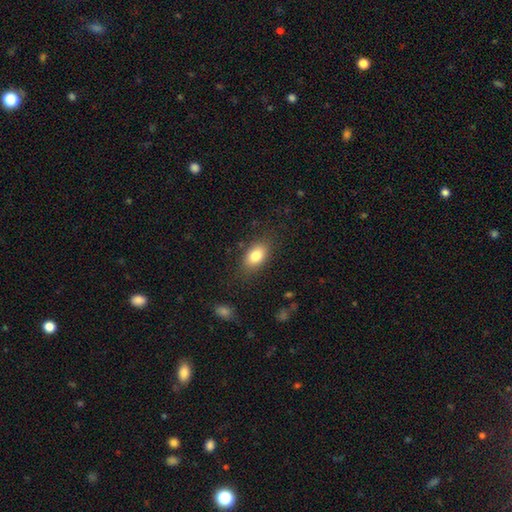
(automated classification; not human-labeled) A smooth galaxy with no disk features (81%) that is in between round and cigar-shaped (86%). Merging: none (80%).